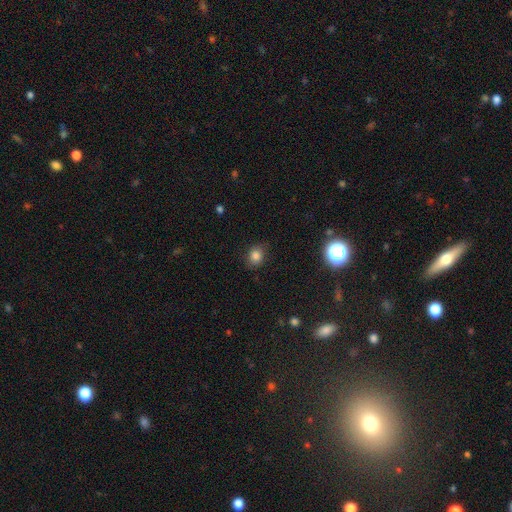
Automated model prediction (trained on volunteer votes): Morphology: type=smooth (81%); roundness=round (65%); merging=none (79%).